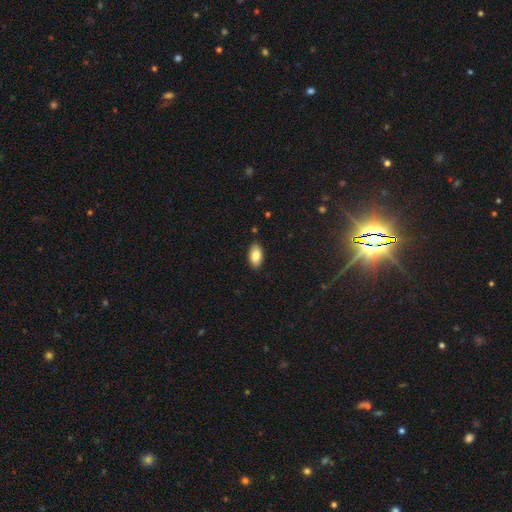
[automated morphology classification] smooth_or_featured: smooth (p=0.84) [alt: featured or disk p=0.09]
how_rounded: in between (p=0.94) [alt: round p=0.04]
merging: none (p=0.88) [alt: minor disturbance p=0.09]